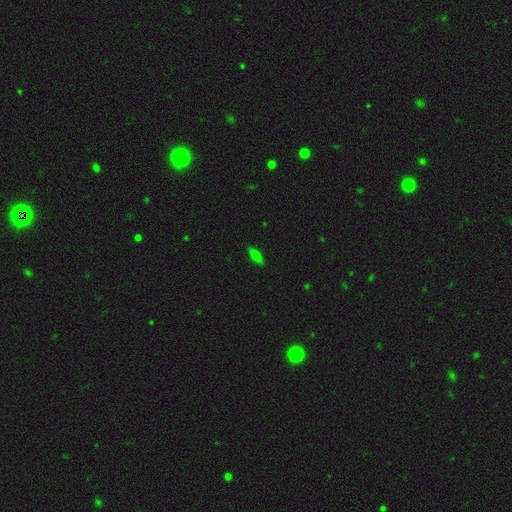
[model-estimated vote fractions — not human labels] smooth_or_featured: smooth (p=0.59) [alt: featured or disk p=0.27]
how_rounded: in between (p=0.64) [alt: cigar-shaped p=0.32]
merging: none (p=0.88) [alt: minor disturbance p=0.10]